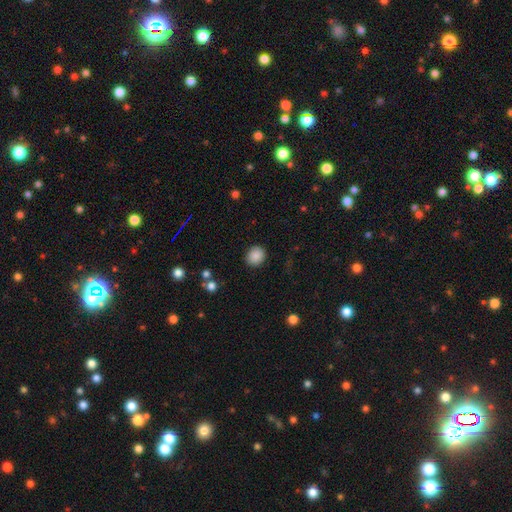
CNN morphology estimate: This is clearly a smooth galaxy (88%). How rounded: likely round (78%). Merging: clearly none (89%).